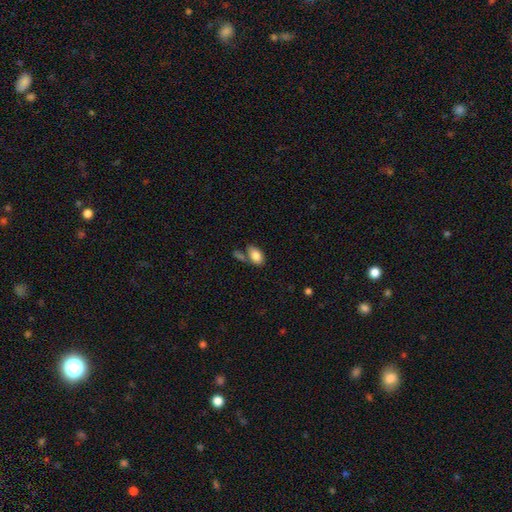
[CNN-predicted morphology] This appears to be a smooth galaxy with no disk features (83%) that is in between round and cigar-shaped (91%). Merging: none (58%).